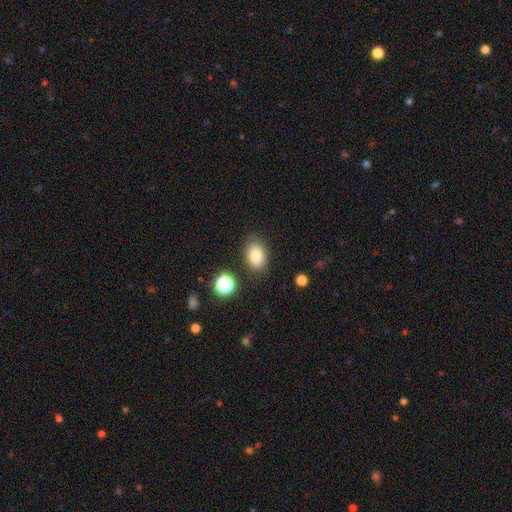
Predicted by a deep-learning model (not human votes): The model was most divided on "how rounded": in between: 81%, round: 18%, cigar-shaped: 1%. More confident: smooth or featured — smooth (83%); merging — none (82%).